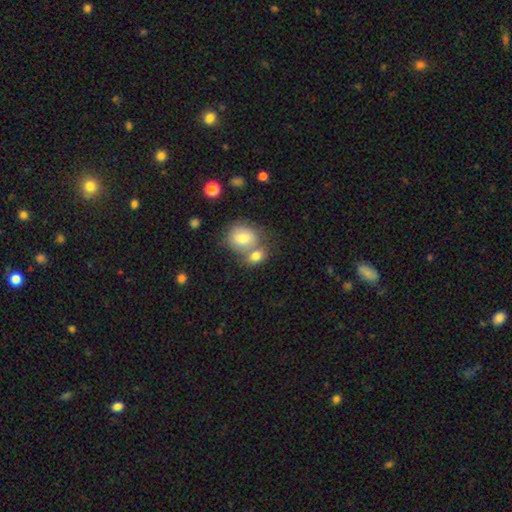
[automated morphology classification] This appears to be a smooth galaxy with no disk features (80%) that is in between round and cigar-shaped (62%). Merging: merger (52%).